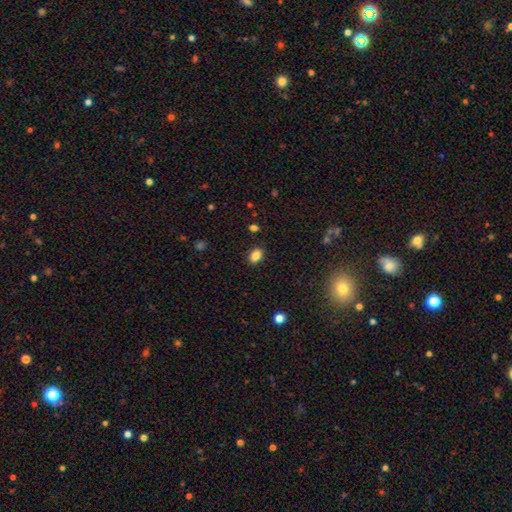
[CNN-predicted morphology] smooth-or-featured: smooth: 84% | star or artifact: 10% | featured or disk: 5%
  how-rounded: in between: 78% | round: 21% | cigar-shaped: 1%
  merging: none: 88% | minor disturbance: 9% | major disturbance: 2% | merger: 1%